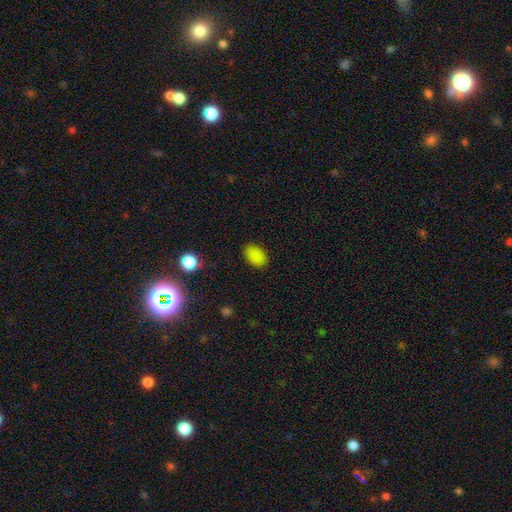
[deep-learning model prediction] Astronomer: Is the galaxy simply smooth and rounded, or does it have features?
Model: smooth — 85%.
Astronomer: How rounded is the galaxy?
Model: in between — 86%.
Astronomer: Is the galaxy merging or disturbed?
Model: none — 85%.